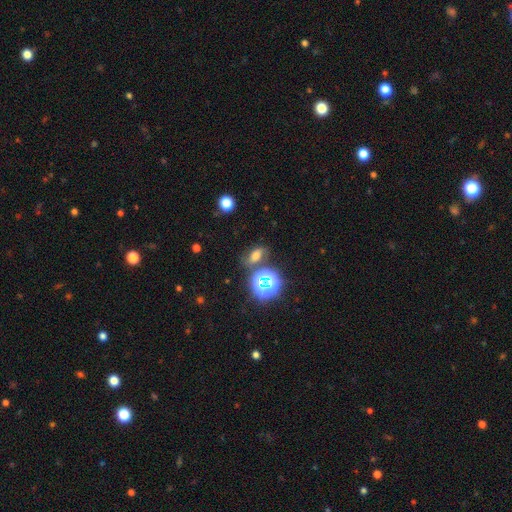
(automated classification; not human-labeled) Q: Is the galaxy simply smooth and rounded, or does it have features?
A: smooth — 53%.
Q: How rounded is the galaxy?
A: in between — 75%.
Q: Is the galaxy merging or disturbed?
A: none — 67%.